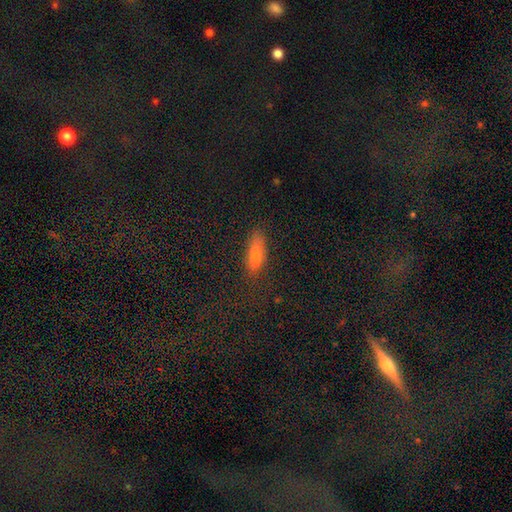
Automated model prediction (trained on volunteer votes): Smooth or featured: smooth — 66% (featured or disk — 23%)
How rounded: in between — 59% (cigar-shaped — 36%)
Merging: none — 80% (minor disturbance — 15%)